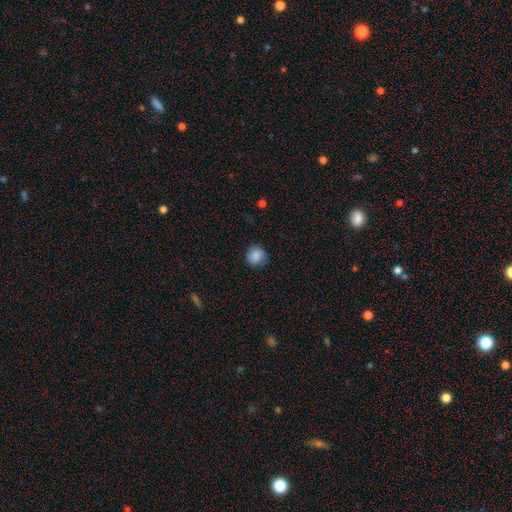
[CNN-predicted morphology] Q: Smooth or featured?
A: smooth (81%); runner-up: featured or disk (10%)
Q: How rounded?
A: round (88%); runner-up: in between (11%)
Q: Merging?
A: none (83%); runner-up: minor disturbance (13%)